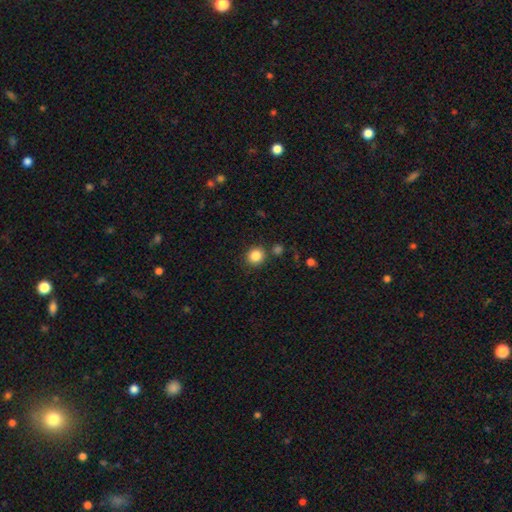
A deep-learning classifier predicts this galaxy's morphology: Smooth or featured: smooth — 85% (star or artifact — 10%)
How rounded: round — 85% (in between — 15%)
Merging: none — 82% (minor disturbance — 8%)